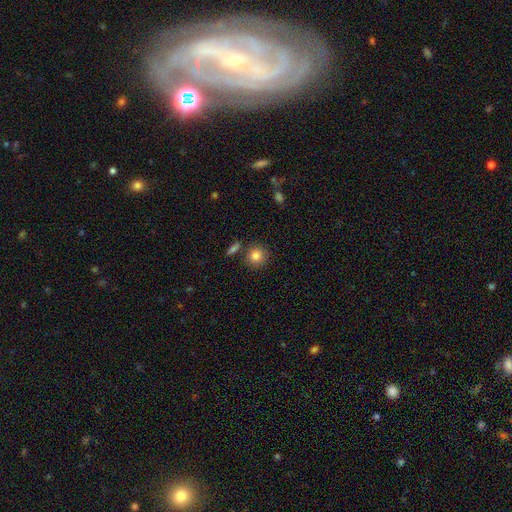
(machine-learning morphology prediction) Smooth or featured? smooth (84%)
How rounded? round (89%)
Merging? none (81%)